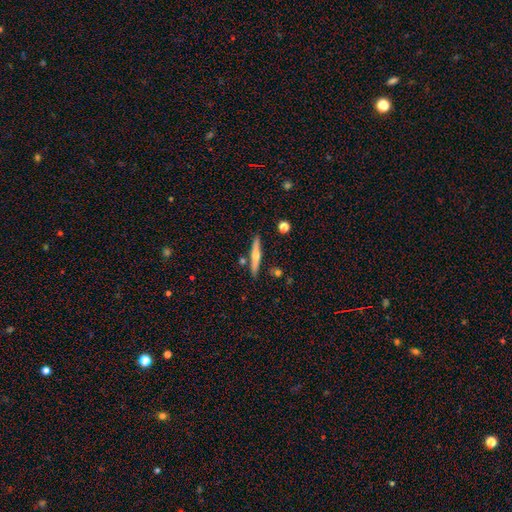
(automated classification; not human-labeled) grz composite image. It shows a featured or disk galaxy (51%) viewed edge-on (96%). Merging: none (84%).